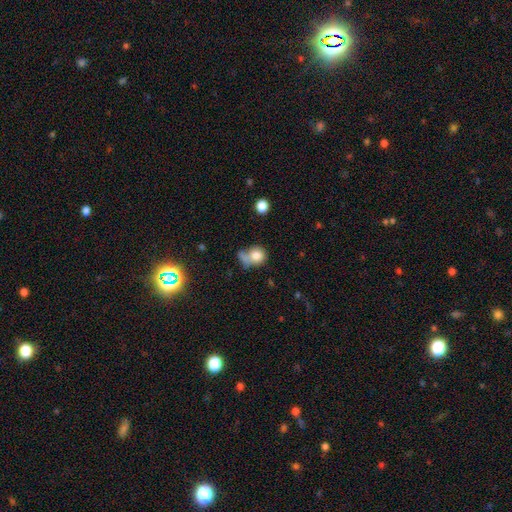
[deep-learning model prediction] Smooth or featured? smooth (78%)
How rounded? round (70%)
Merging? none (36%)